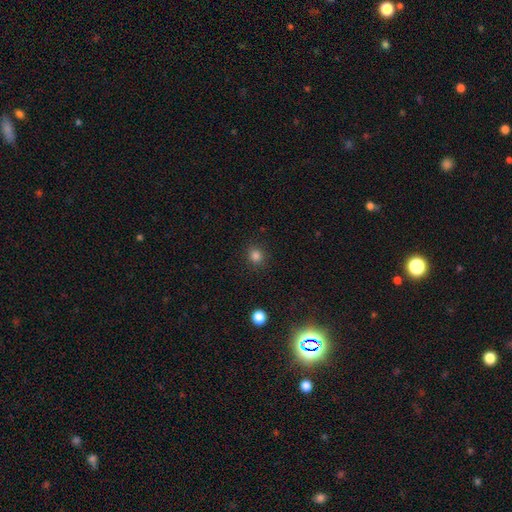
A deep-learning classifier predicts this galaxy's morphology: Smooth or featured?
  - smooth: 83% *
  - star or artifact: 13%
  - featured or disk: 4%
How rounded?
  - round: 86% *
  - in between: 13%
  - cigar-shaped: 1%
Merging?
  - none: 89% *
  - minor disturbance: 7%
  - major disturbance: 3%
  - merger: 1%